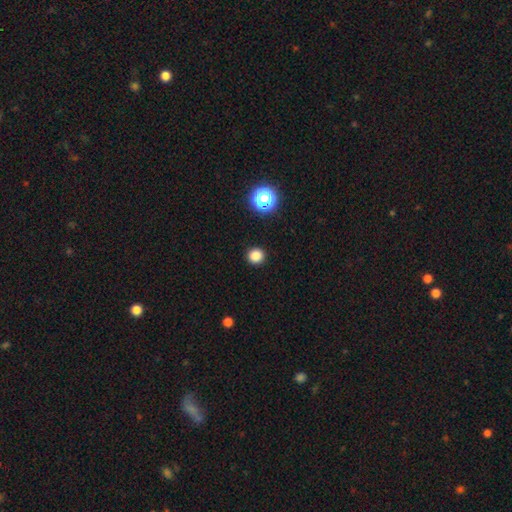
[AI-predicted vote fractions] smooth 83%, star or artifact 14%, featured or disk 3%. Down the decision tree: how rounded — round (92%); merging — none (92%).